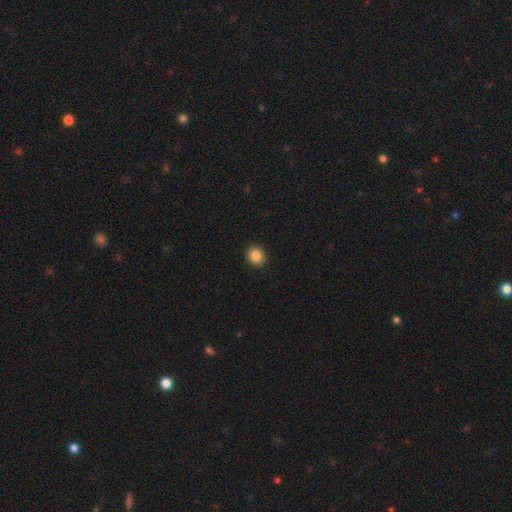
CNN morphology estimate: Q: Smooth or featured?
A: smooth (86%); runner-up: star or artifact (10%)
Q: How rounded?
A: round (73%); runner-up: in between (26%)
Q: Merging?
A: none (92%); runner-up: minor disturbance (5%)